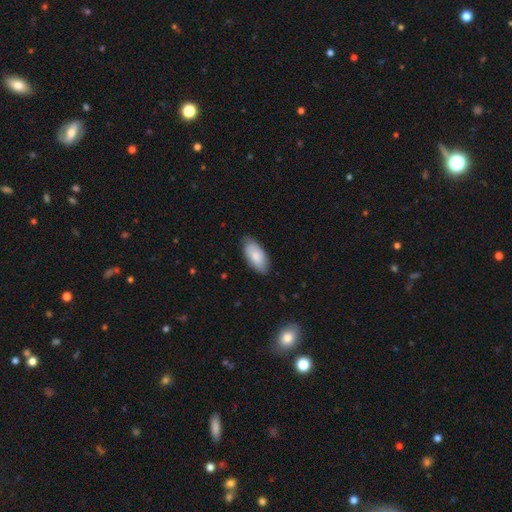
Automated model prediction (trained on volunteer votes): Morphology: type=smooth (81%); roundness=in between (92%); merging=none (79%).